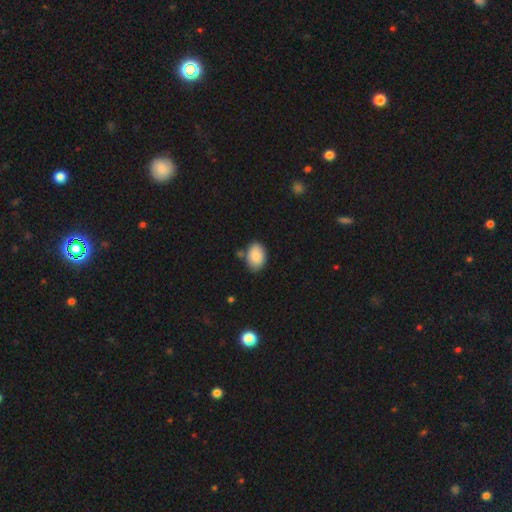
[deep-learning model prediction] Smooth or featured: smooth — 87% (star or artifact — 7%)
How rounded: in between — 84% (round — 15%)
Merging: none — 73% (minor disturbance — 17%)